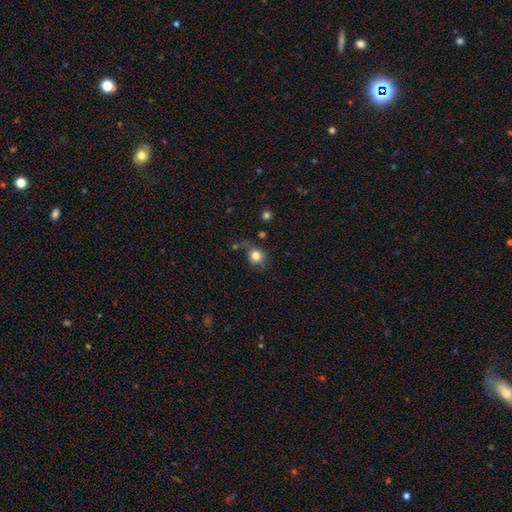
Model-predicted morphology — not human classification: This is likely a smooth galaxy (79%). How rounded: clearly round (81%). Merging: possibly none (49%).